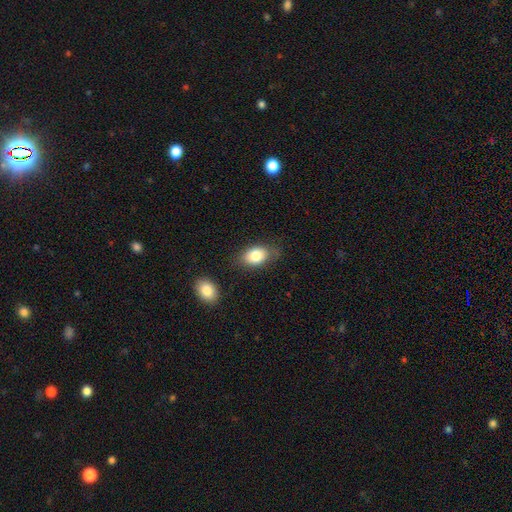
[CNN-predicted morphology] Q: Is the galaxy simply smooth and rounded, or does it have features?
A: smooth — 81%.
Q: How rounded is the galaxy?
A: in between — 84%.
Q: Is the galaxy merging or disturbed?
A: none — 72%.